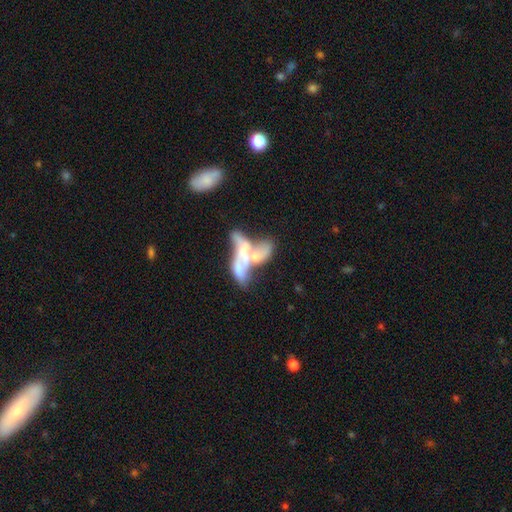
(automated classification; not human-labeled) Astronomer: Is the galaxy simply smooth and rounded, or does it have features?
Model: featured or disk — 55% (runner-up: smooth, 36%).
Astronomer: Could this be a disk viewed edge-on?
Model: no — 87%.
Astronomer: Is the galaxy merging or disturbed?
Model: merger — 71%.